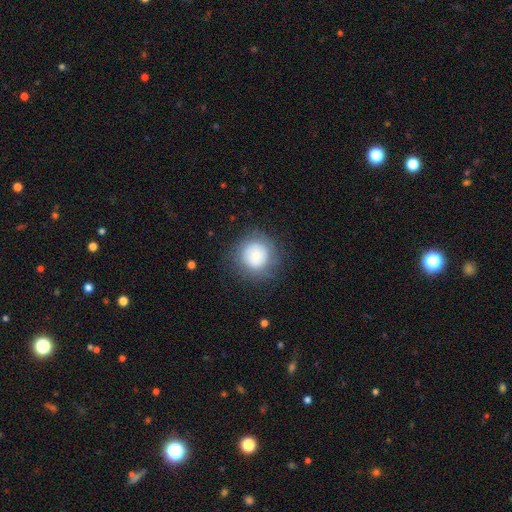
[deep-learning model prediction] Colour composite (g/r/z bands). It shows a smooth galaxy with no disk features (77%) that is round (94%). Merging: none (82%).